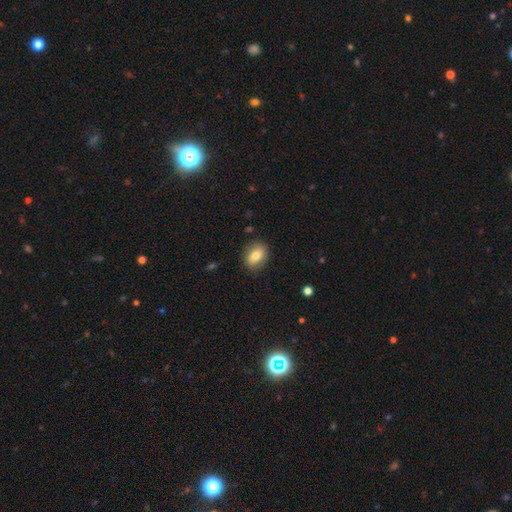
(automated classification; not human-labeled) This is likely a smooth galaxy (76%). How rounded: likely in between (63%). Merging: clearly none (85%).